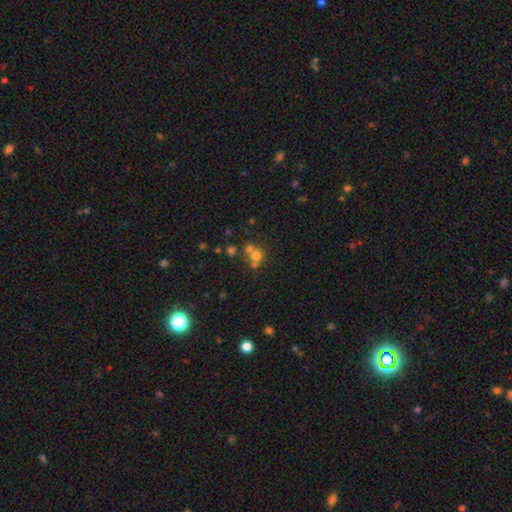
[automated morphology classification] smooth_or_featured: smooth (p=0.64) [alt: star or artifact p=0.19]
how_rounded: round (p=0.82) [alt: in between p=0.17]
merging: merger (p=0.46) [alt: none p=0.43]